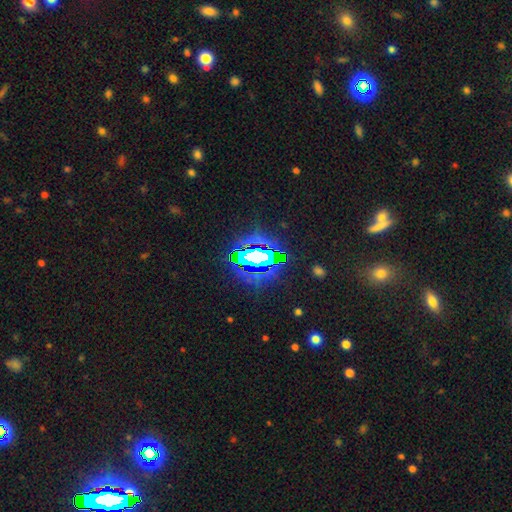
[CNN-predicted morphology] smooth-or-featured: star or artifact: 74% | smooth: 14% | featured or disk: 13%